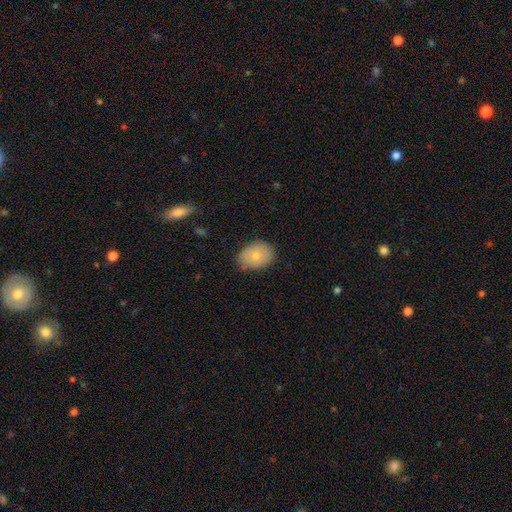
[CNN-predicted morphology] smooth-or-featured: smooth: 76% | featured or disk: 17% | star or artifact: 8%
  how-rounded: in between: 71% | round: 28% | cigar-shaped: 1%
  merging: none: 76% | minor disturbance: 19% | major disturbance: 3% | merger: 2%